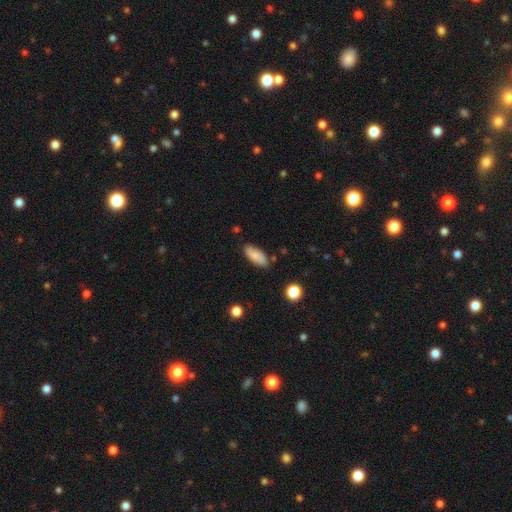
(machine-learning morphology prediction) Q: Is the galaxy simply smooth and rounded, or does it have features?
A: smooth — 80%.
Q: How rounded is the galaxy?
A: in between — 82%.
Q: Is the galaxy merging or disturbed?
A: none — 82%.